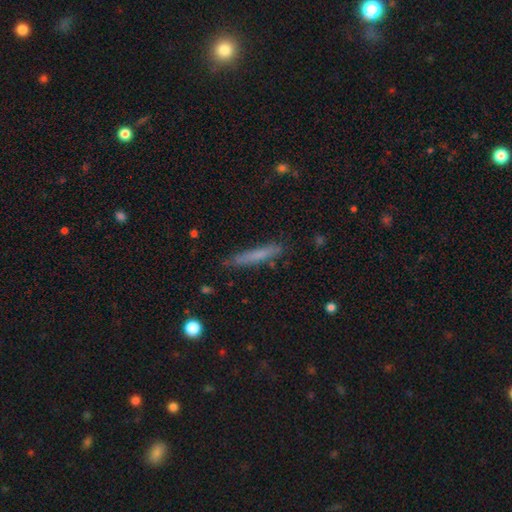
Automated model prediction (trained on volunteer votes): Q: Smooth or featured?
A: smooth (71%); runner-up: featured or disk (22%)
Q: How rounded?
A: cigar-shaped (93%); runner-up: in between (6%)
Q: Merging?
A: none (77%); runner-up: minor disturbance (17%)